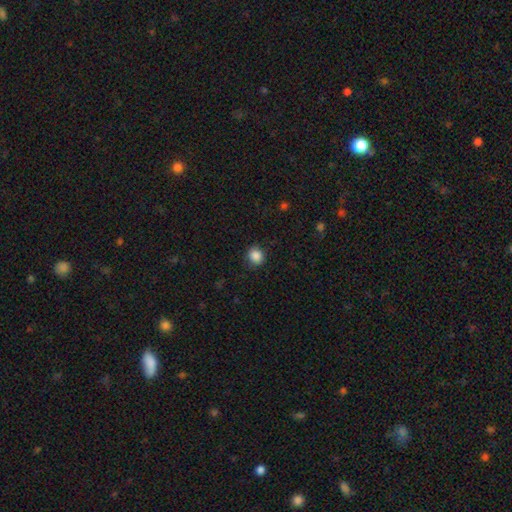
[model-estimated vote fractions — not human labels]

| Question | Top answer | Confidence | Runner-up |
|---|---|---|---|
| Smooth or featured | smooth | 87% | star or artifact (10%) |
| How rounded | round | 84% | in between (15%) |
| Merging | none | 88% | minor disturbance (9%) |